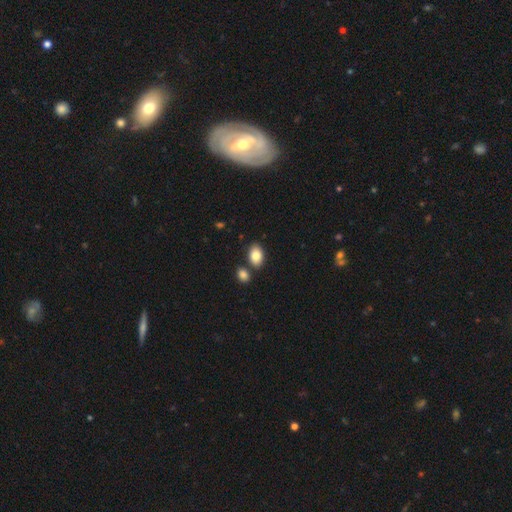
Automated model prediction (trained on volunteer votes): This is clearly a smooth galaxy (86%). How rounded: clearly in between (89%). Merging: likely none (74%).